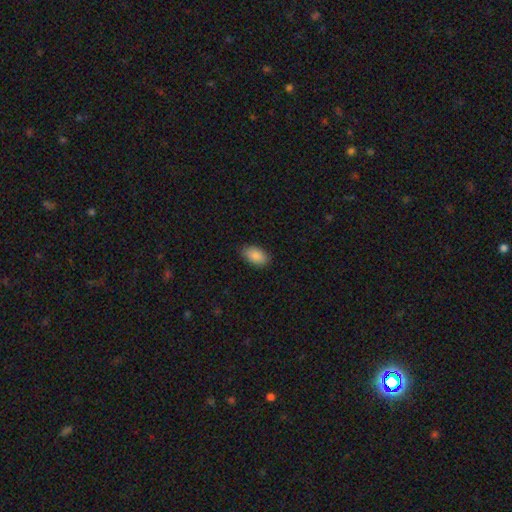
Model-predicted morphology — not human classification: Smooth or featured?
  - smooth: 89% *
  - star or artifact: 7%
  - featured or disk: 4%
How rounded?
  - in between: 93% *
  - round: 6%
  - cigar-shaped: 2%
Merging?
  - none: 86% *
  - minor disturbance: 11%
  - major disturbance: 2%
  - merger: 1%